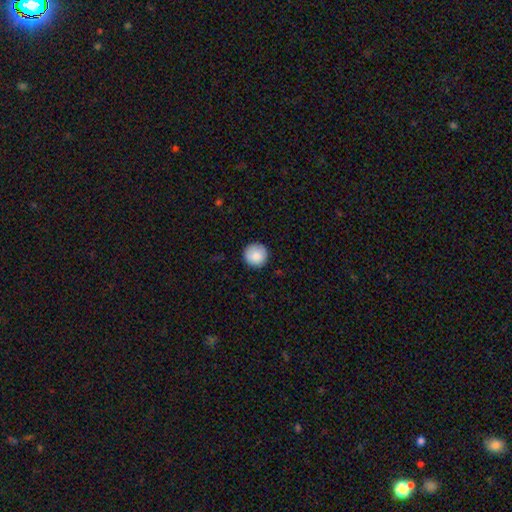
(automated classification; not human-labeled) This appears to be a smooth galaxy with no disk features (87%) that is round (96%). Merging: none (90%).